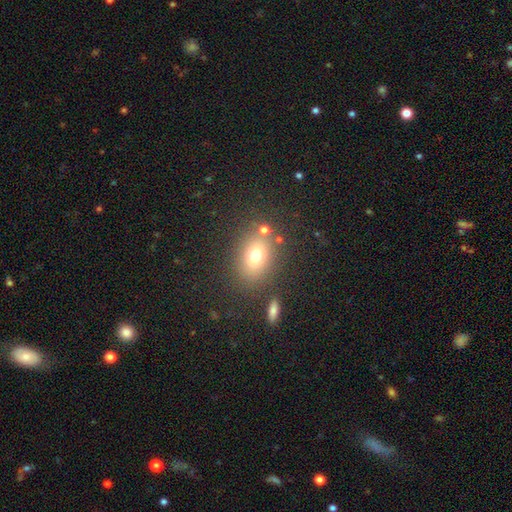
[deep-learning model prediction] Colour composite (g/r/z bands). It shows a smooth galaxy with no disk features (72%) that is in between round and cigar-shaped (58%). Merging: none (75%).